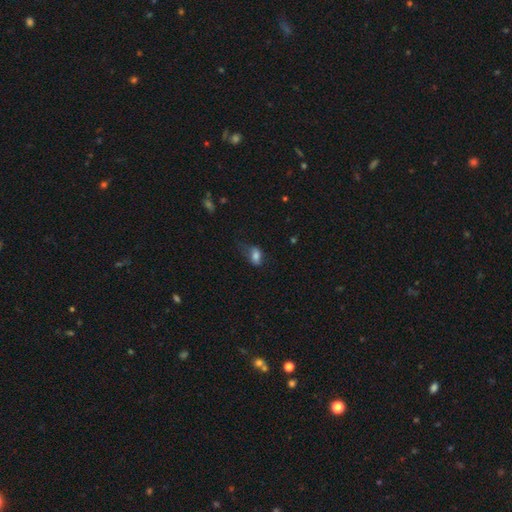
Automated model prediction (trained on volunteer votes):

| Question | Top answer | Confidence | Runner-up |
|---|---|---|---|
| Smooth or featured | smooth | 76% | featured or disk (14%) |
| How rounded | in between | 84% | round (13%) |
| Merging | none | 36% | minor disturbance (32%) |